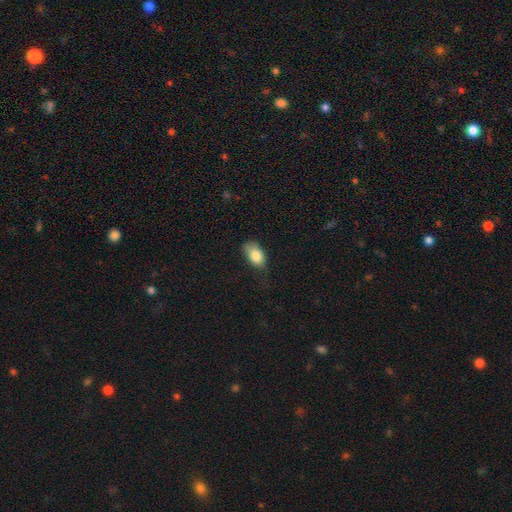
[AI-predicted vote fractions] This is clearly a smooth galaxy (85%). How rounded: clearly in between (90%). Merging: possibly none (54%).